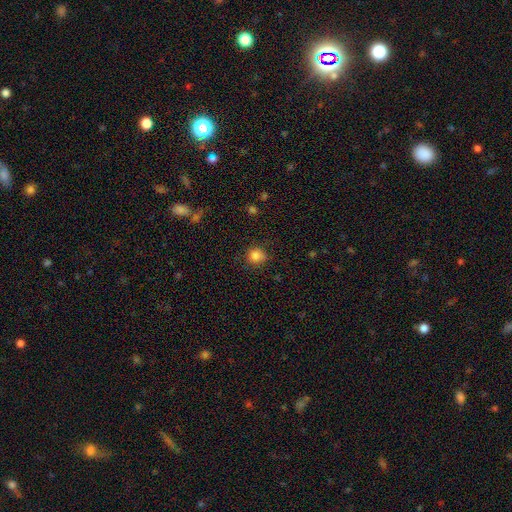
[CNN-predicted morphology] The model was most divided on "merging": none: 79%, minor disturbance: 15%, major disturbance: 4%, merger: 2%. More confident: smooth or featured — smooth (84%); how rounded — round (84%).